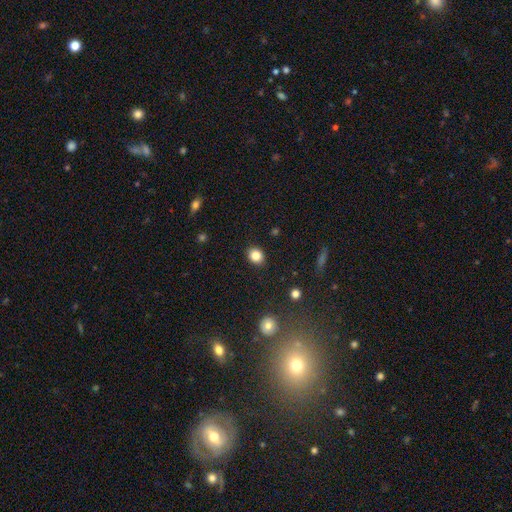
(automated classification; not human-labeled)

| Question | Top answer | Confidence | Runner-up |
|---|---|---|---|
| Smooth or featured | smooth | 84% | star or artifact (10%) |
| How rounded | round | 62% | in between (37%) |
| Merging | none | 90% | minor disturbance (7%) |